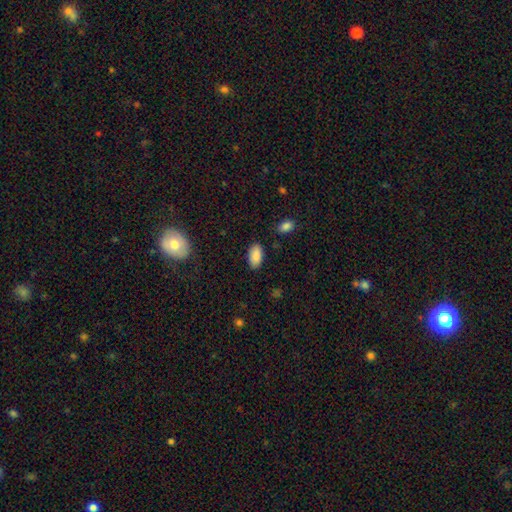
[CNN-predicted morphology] smooth 89%, star or artifact 7%, featured or disk 4%. Down the decision tree: how rounded — in between (95%); merging — none (86%).